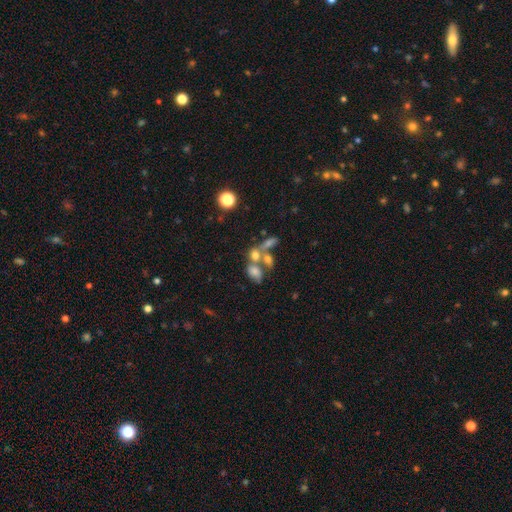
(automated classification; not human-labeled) Q: Smooth or featured?
A: smooth (54%); runner-up: featured or disk (27%)
Q: How rounded?
A: in between (57%); runner-up: round (37%)
Q: Merging?
A: merger (55%); runner-up: none (27%)